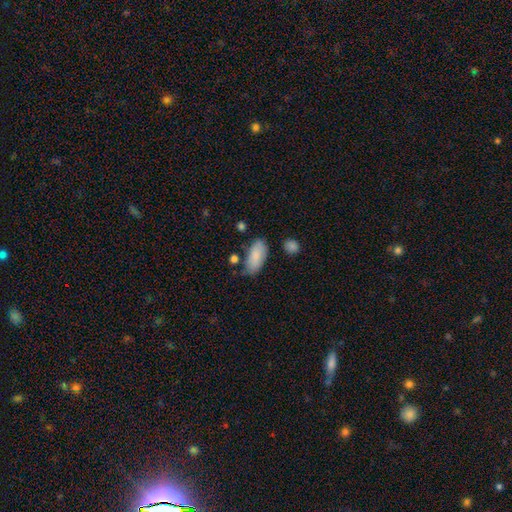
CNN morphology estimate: A smooth galaxy with no disk features (85%) that is in between round and cigar-shaped (90%). Merging: none (67%).